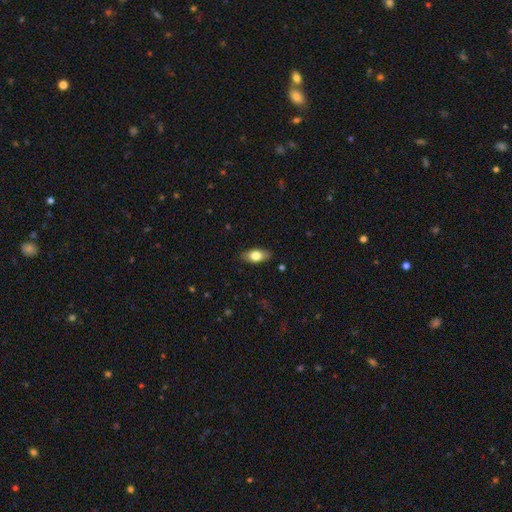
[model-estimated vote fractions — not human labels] smooth_or_featured: smooth (p=0.75) [alt: featured or disk p=0.19]
how_rounded: in between (p=0.88) [alt: cigar-shaped p=0.07]
merging: none (p=0.86) [alt: minor disturbance p=0.11]